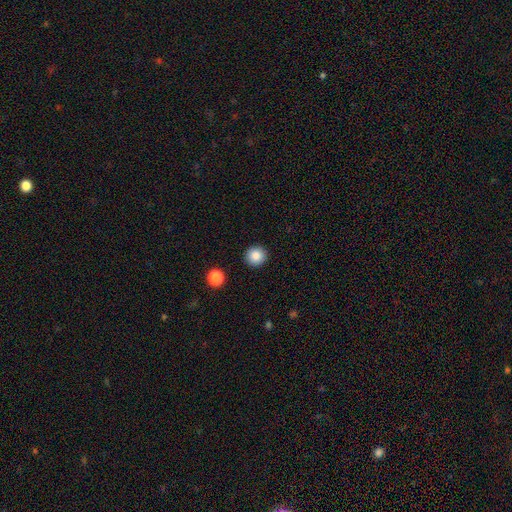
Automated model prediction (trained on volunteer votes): A smooth galaxy with no disk features (86%) that is round (93%).

Vote fractions:
- Smooth or featured? smooth: 86% / star or artifact: 9% / featured or disk: 4%
- How rounded? round: 93% / in between: 6% / cigar-shaped: 1%
- Merging? none: 92% / minor disturbance: 5% / major disturbance: 2% / merger: 1%